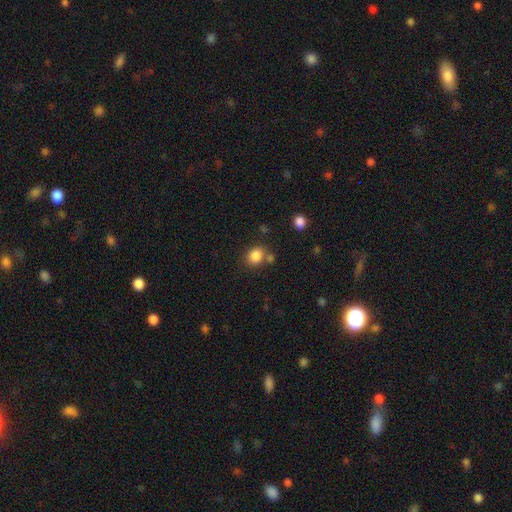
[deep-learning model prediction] Smooth or featured? smooth (84%)
How rounded? round (61%)
Merging? none (67%)